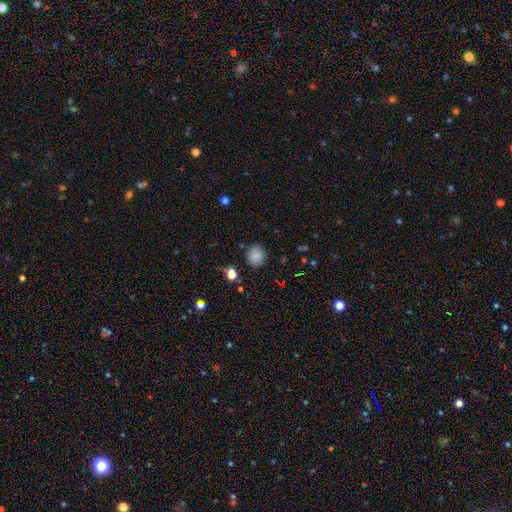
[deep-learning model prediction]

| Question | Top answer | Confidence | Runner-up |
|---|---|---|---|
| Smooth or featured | smooth | 84% | star or artifact (12%) |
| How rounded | round | 83% | in between (16%) |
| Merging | none | 87% | minor disturbance (8%) |